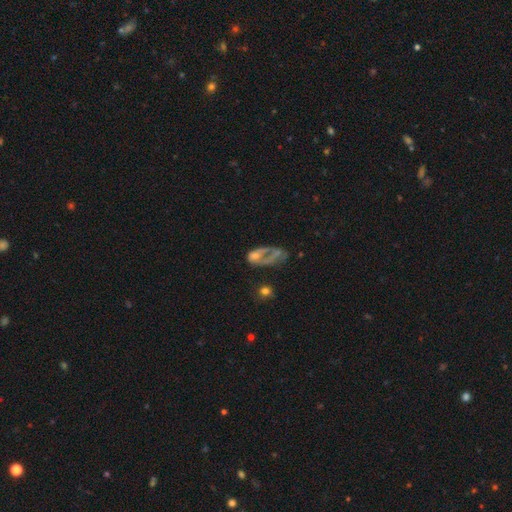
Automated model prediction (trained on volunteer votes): This appears to be a featured or disk galaxy (50%). Merging: major disturbance (46%).